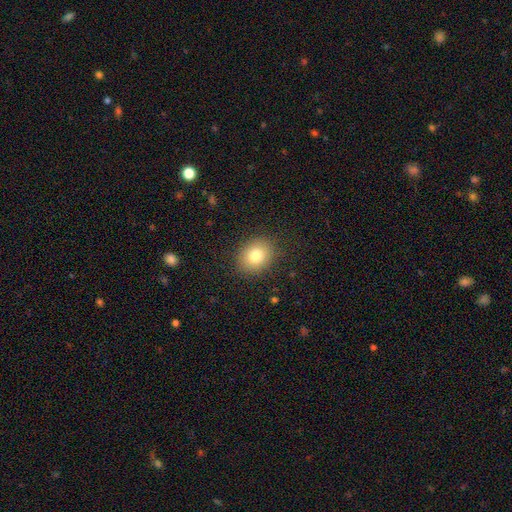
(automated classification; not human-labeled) Smooth or featured? Predicted: smooth (p=0.79). How rounded? Predicted: round (p=0.57). Merging? Predicted: none (p=0.88).